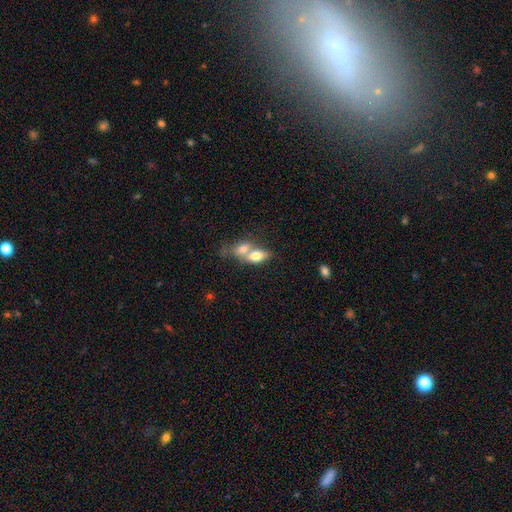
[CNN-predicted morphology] This is likely a smooth galaxy (72%). How rounded: clearly in between (80%). Merging: likely merger (73%).